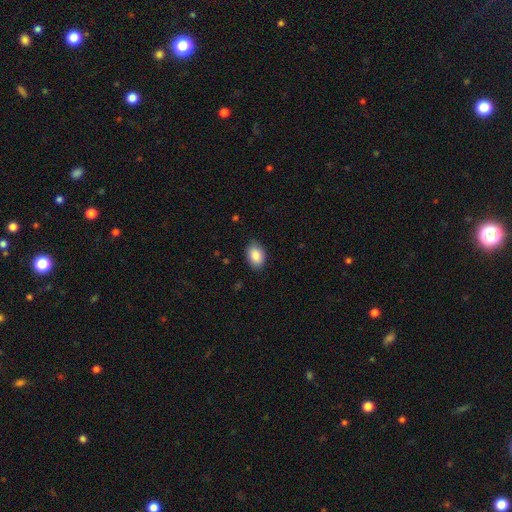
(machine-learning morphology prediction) A smooth galaxy with no disk features (87%) that is in between round and cigar-shaped (84%). Merging: none (84%).